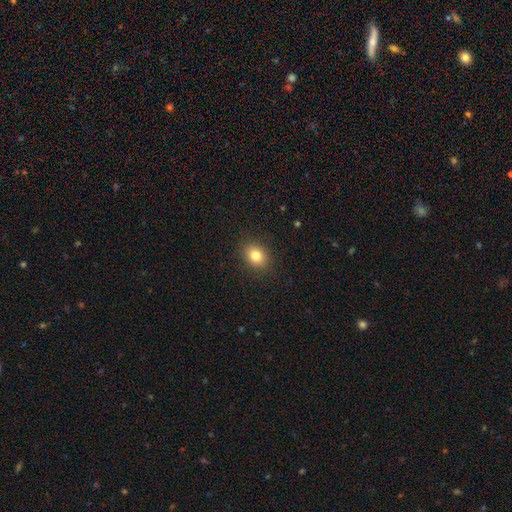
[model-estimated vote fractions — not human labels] A smooth galaxy with no disk features (81%) that is round (50%). Merging: none (89%).